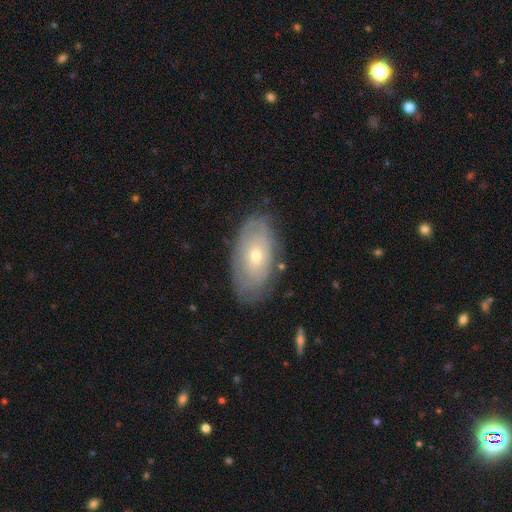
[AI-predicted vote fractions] Smooth or featured? featured or disk (54%)
Edge-on disk? no (90%)
Merging? none (78%)